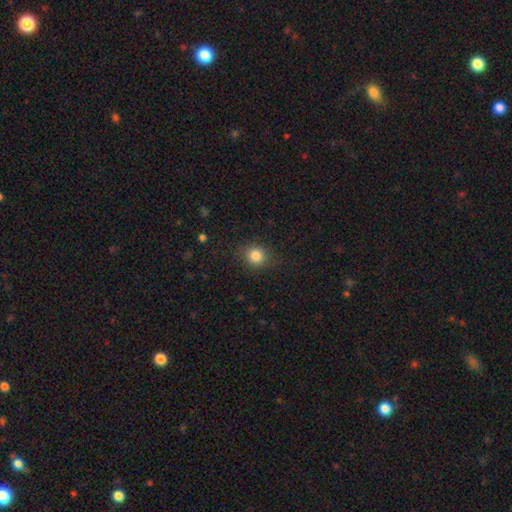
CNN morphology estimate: smooth_or_featured: smooth (p=0.83) [alt: star or artifact p=0.11]
how_rounded: round (p=0.82) [alt: in between p=0.17]
merging: none (p=0.85) [alt: minor disturbance p=0.11]